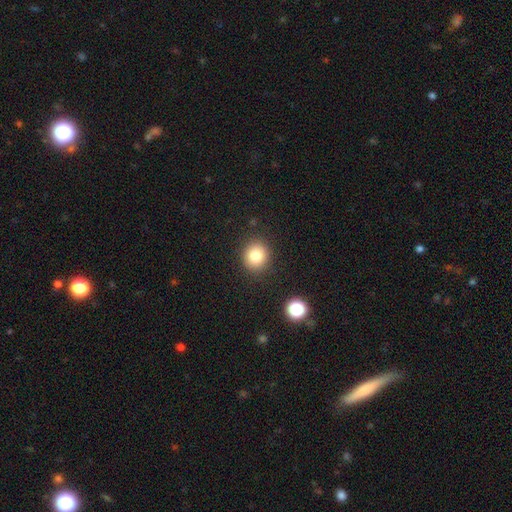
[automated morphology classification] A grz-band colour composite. It shows a smooth galaxy with no disk features (82%) that is round (82%). Merging: none (88%).